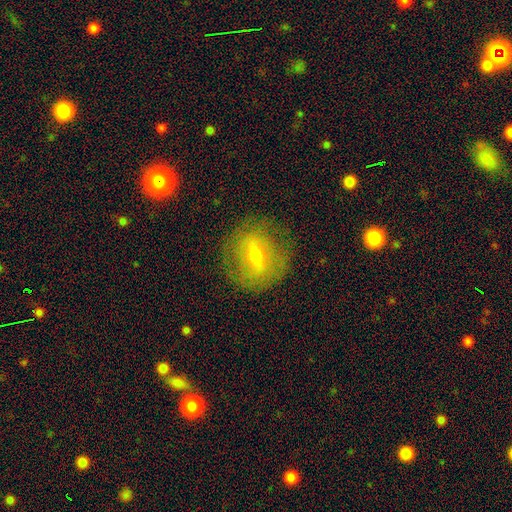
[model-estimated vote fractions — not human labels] Smooth or featured?
  - featured or disk: 54% *
  - smooth: 37%
  - star or artifact: 9%
Edge-on disk?
  - no: 87% *
  - yes: 13%
Merging?
  - none: 80% *
  - minor disturbance: 12%
  - major disturbance: 6%
  - merger: 1%